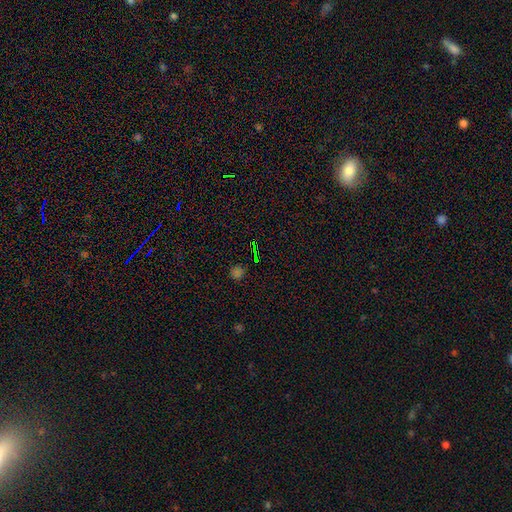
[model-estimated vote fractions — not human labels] smooth-or-featured: star or artifact: 63% | smooth: 29% | featured or disk: 9%